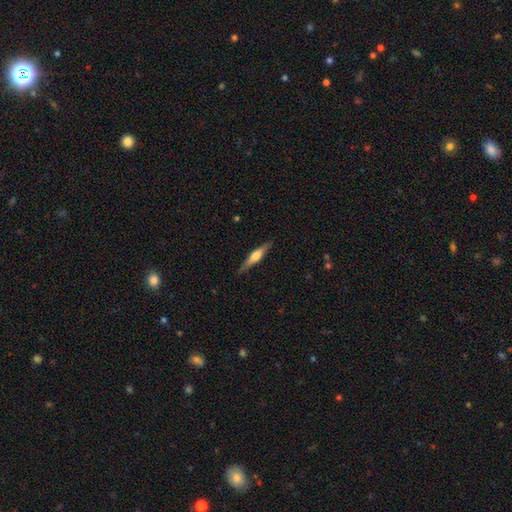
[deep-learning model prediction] Smooth or featured? Predicted: featured or disk (p=0.62). Edge-on disk? Predicted: yes (p=0.97). Edge-on bulge? Predicted: rounded (p=0.87). Merging? Predicted: none (p=0.87).